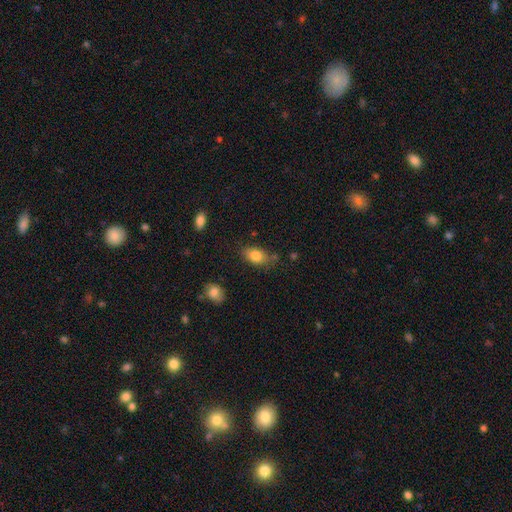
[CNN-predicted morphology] A smooth galaxy with no disk features (82%) that is in between round and cigar-shaped (87%). Merging: none (70%).